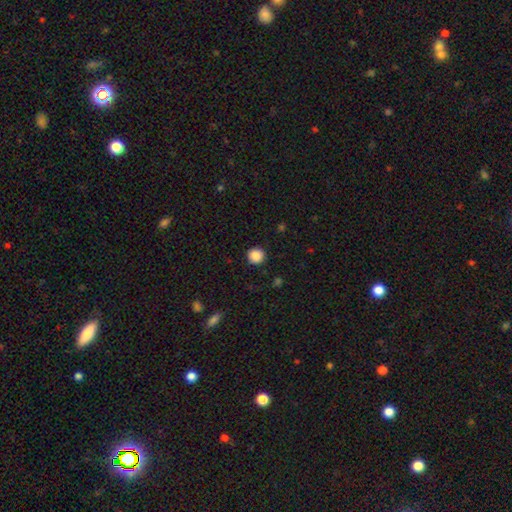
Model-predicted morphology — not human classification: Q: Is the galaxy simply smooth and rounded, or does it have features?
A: smooth — 88%.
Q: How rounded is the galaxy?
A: round — 94%.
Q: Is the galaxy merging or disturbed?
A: none — 91%.